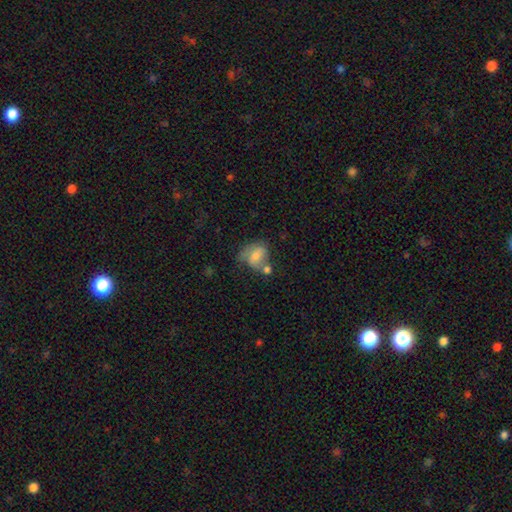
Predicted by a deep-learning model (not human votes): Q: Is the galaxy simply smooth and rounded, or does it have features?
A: smooth — 61%.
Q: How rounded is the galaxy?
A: in between — 54%.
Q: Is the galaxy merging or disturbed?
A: none — 32%.